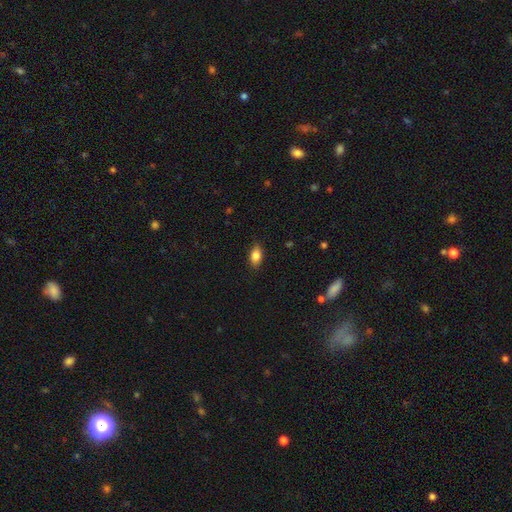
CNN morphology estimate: smooth-or-featured: smooth: 85% | star or artifact: 8% | featured or disk: 7%
  how-rounded: in between: 88% | round: 8% | cigar-shaped: 4%
  merging: none: 86% | minor disturbance: 11% | major disturbance: 2% | merger: 1%